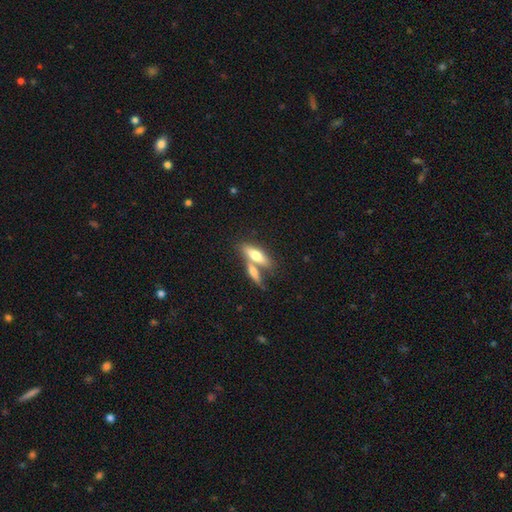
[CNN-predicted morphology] A smooth galaxy with no disk features (66%) that is in between round and cigar-shaped (53%). Merging: merger (46%).